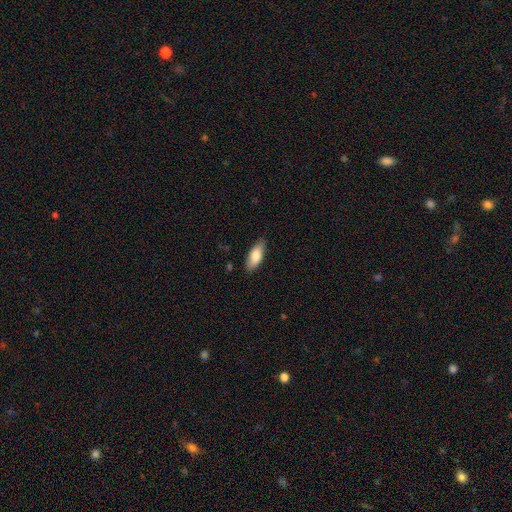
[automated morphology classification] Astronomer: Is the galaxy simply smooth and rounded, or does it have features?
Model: smooth — 78%.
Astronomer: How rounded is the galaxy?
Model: in between — 76%.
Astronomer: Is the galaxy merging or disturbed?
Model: none — 85%.